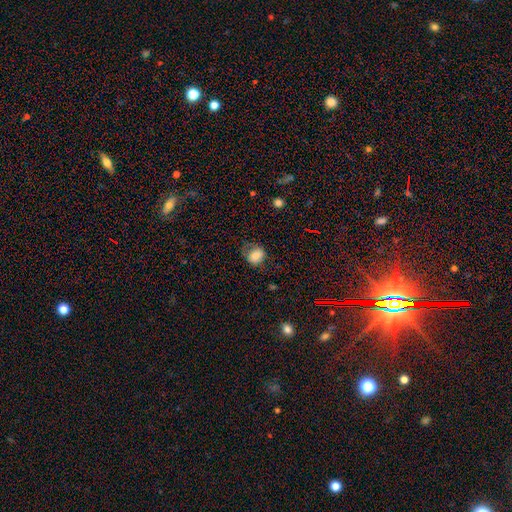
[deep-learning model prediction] Smooth or featured? smooth (76%)
How rounded? round (60%)
Merging? none (54%)